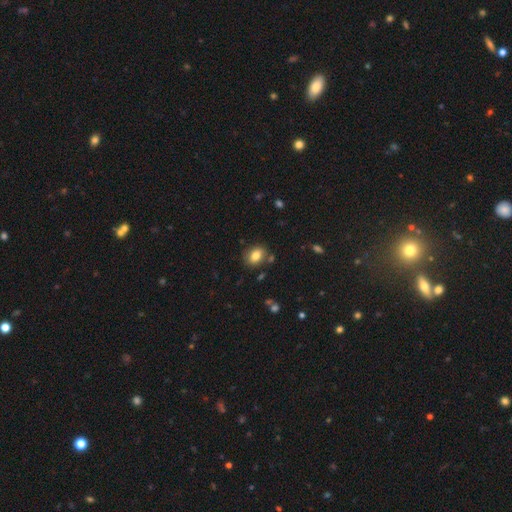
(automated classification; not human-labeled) A smooth galaxy with no disk features (81%) that is in between round and cigar-shaped (65%).

Vote fractions:
- Smooth or featured? smooth: 81% / star or artifact: 10% / featured or disk: 9%
- How rounded? in between: 65% / round: 34% / cigar-shaped: 1%
- Merging? none: 80% / minor disturbance: 12% / merger: 5% / major disturbance: 3%